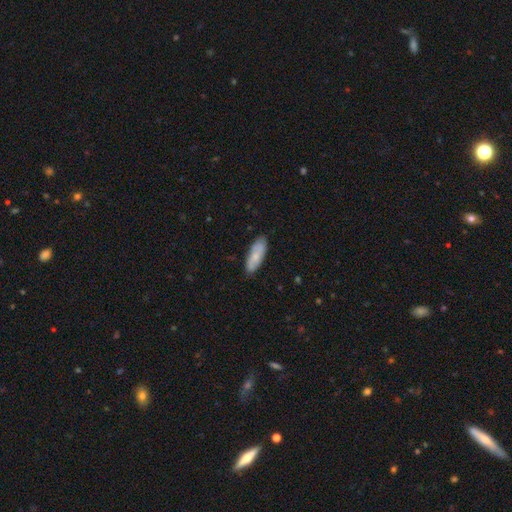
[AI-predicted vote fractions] Morphology: type=smooth (65%); roundness=in between (68%); merging=none (82%).